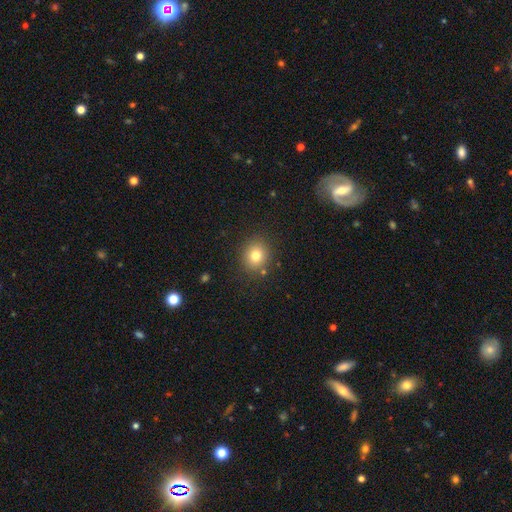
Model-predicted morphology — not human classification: This is likely a smooth galaxy (79%). How rounded: clearly round (81%). Merging: clearly none (86%).